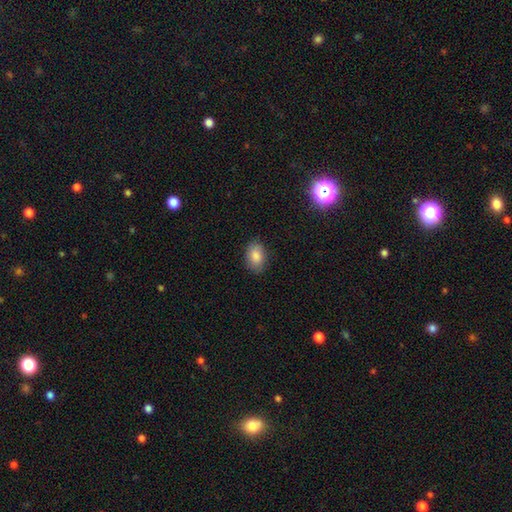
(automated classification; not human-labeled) Morphology: type=smooth (84%); roundness=in between (82%); merging=none (84%).